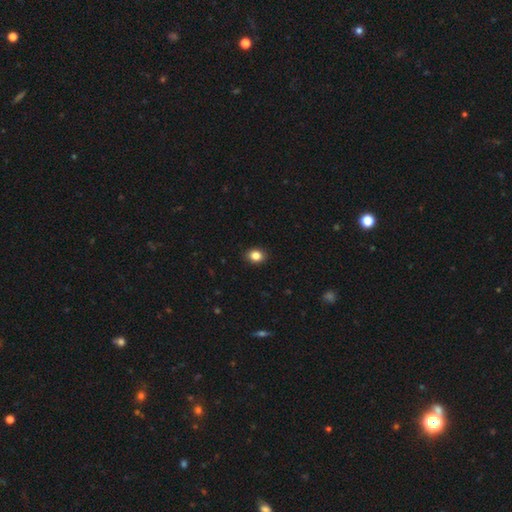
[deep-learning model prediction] A smooth galaxy with no disk features (85%) that is round (50%). Merging: none (90%).